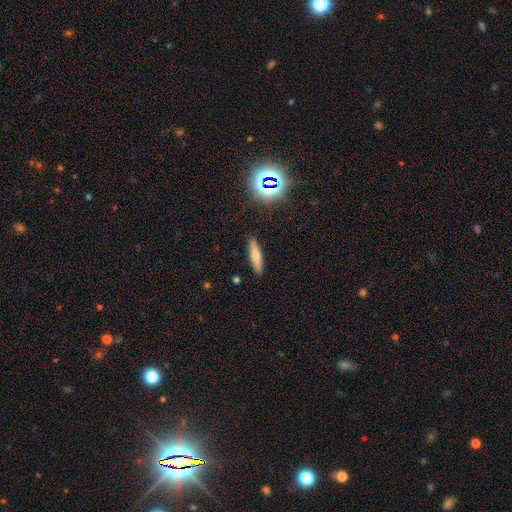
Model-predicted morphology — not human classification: This appears to be a smooth galaxy with no disk features (64%) that is cigar-shaped (79%). Merging: none (89%).